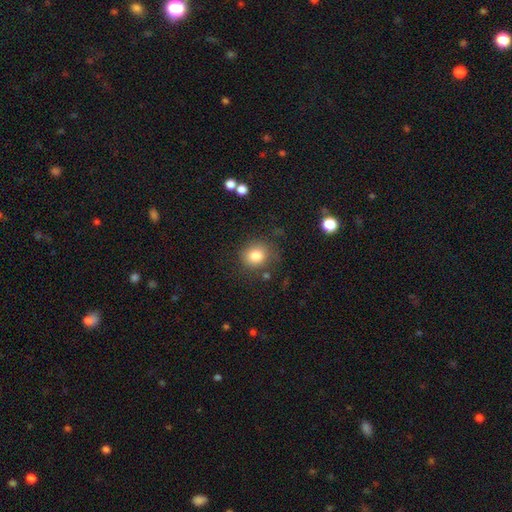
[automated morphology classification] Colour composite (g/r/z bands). It shows a smooth galaxy with no disk features (82%) that is round (81%). Merging: none (77%).